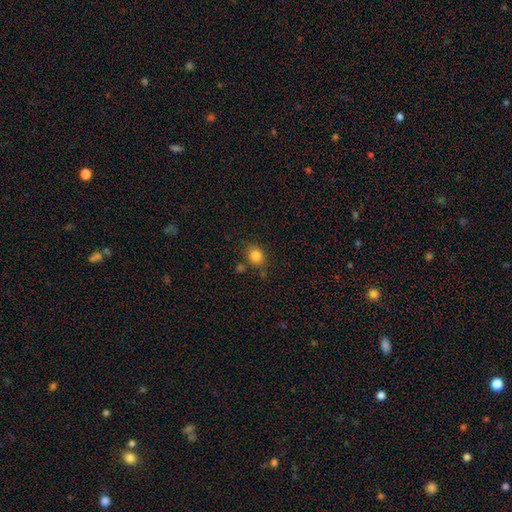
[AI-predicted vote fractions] Morphology: type=smooth (83%); roundness=round (59%); merging=none (74%).